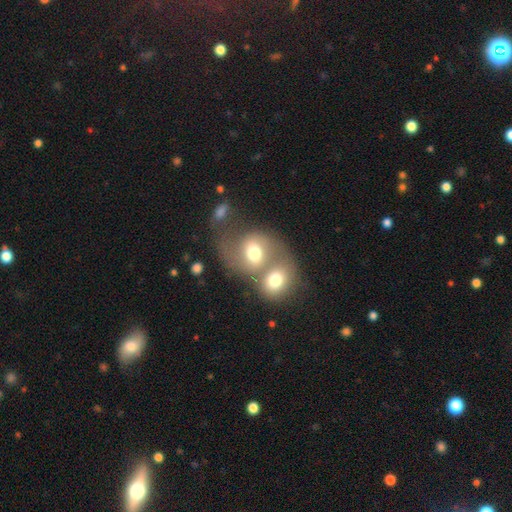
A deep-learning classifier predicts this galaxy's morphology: smooth-or-featured: featured or disk: 49% | smooth: 39% | star or artifact: 13%
  merging: merger: 73% | none: 17% | minor disturbance: 5% | major disturbance: 5%